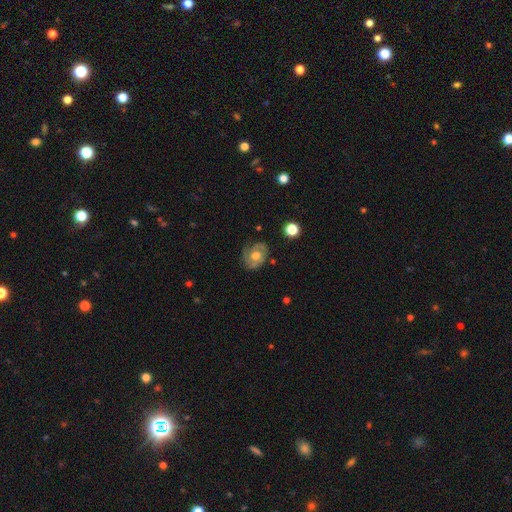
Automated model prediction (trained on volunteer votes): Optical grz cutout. It shows a featured or disk galaxy (69%) with no bar (75%), 2 (64%) tight (49%) spiral arms (82%) and a moderate central bulge (73%). Merging: none (75%).